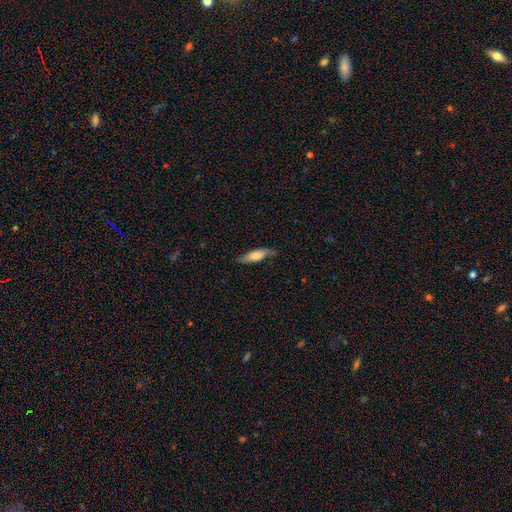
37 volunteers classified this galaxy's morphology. smooth_or_featured: smooth (p=0.65) [alt: featured or disk p=0.32]
how_rounded: in between (p=0.67) [alt: cigar-shaped p=0.33]
merging: none (p=0.78) [alt: minor disturbance p=0.19]